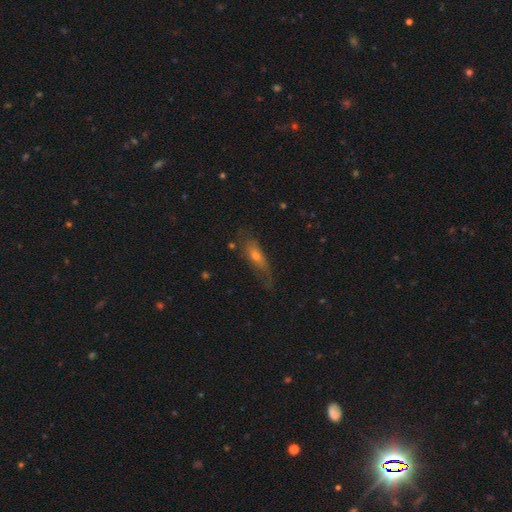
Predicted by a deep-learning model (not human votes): smooth 47%, featured or disk 42%, star or artifact 11%. Down the decision tree: merging — none (53%).